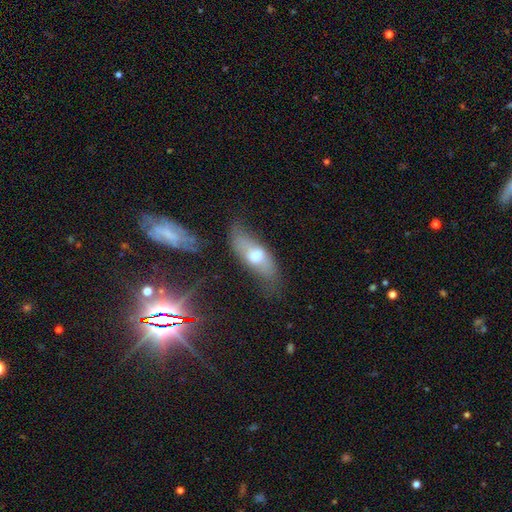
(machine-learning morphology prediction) A smooth galaxy with no disk features (55%) that is in between round and cigar-shaped (65%). Merging: none (55%).